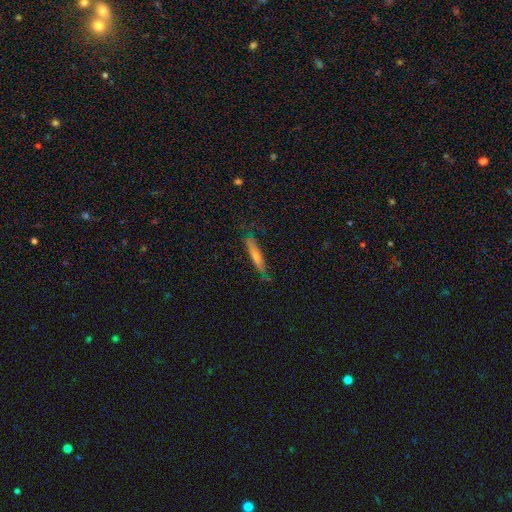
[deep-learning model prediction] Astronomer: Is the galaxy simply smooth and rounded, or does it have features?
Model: featured or disk — 49% (runner-up: smooth, 44%).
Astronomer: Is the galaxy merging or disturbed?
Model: none — 76%.